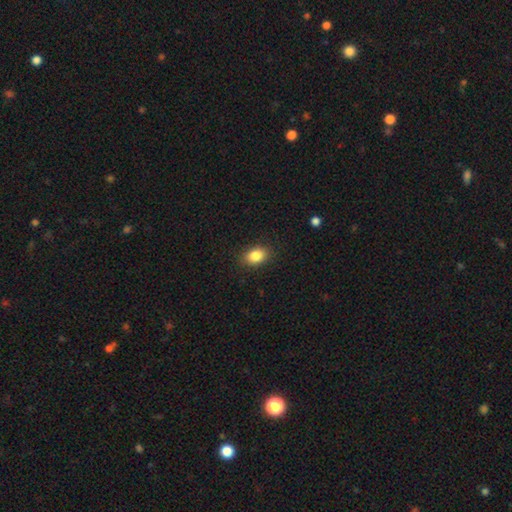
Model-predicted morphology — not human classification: This is clearly a smooth galaxy (86%). How rounded: likely in between (79%). Merging: clearly none (88%).